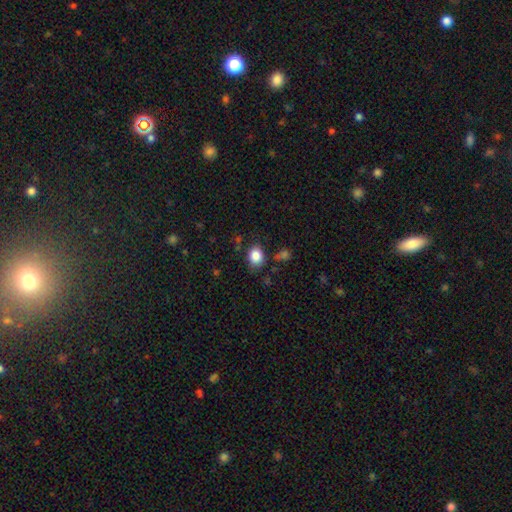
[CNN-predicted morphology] smooth-or-featured: smooth: 85% | star or artifact: 10% | featured or disk: 5%
  how-rounded: round: 54% | in between: 45% | cigar-shaped: 1%
  merging: none: 77% | minor disturbance: 15% | major disturbance: 4% | merger: 4%